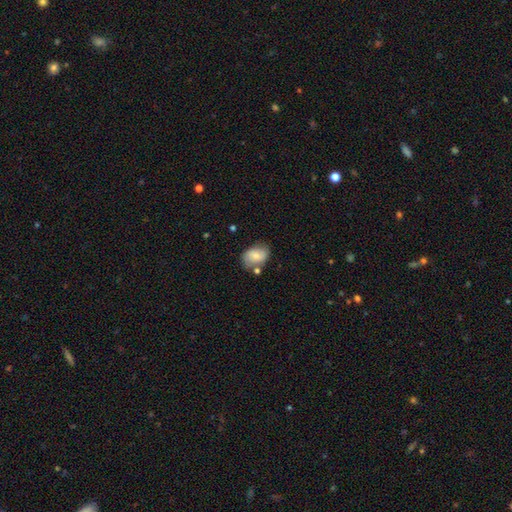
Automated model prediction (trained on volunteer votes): This is likely a smooth galaxy (64%). How rounded: likely in between (77%). Merging: likely none (62%).